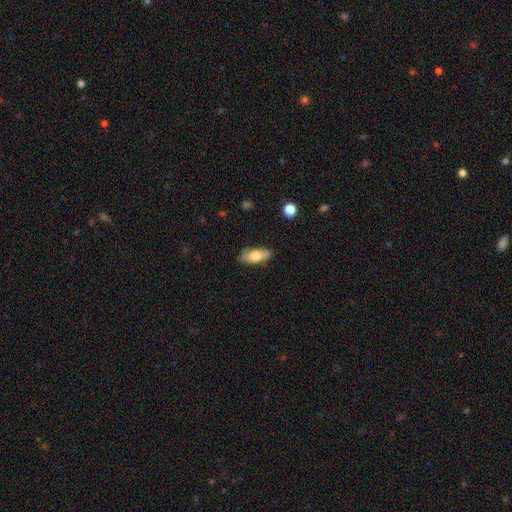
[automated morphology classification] smooth 69%, featured or disk 25%, star or artifact 6%. Down the decision tree: how rounded — in between (84%); merging — none (82%).